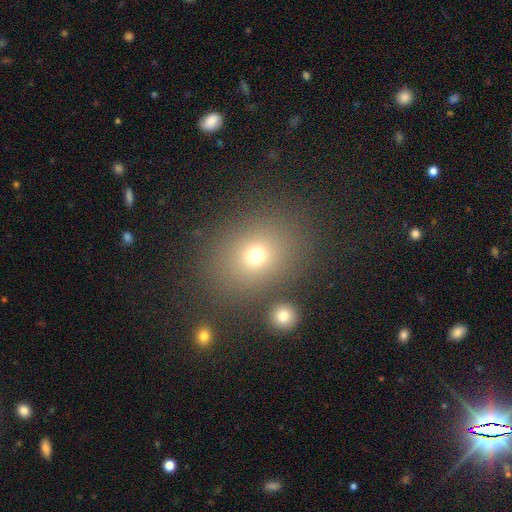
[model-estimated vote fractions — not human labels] A smooth galaxy with no disk features (71%) that is round (53%).

Vote fractions:
- Smooth or featured? smooth: 71% / star or artifact: 18% / featured or disk: 11%
- How rounded? round: 53% / in between: 46% / cigar-shaped: 1%
- Merging? none: 80% / minor disturbance: 10% / merger: 6% / major disturbance: 5%